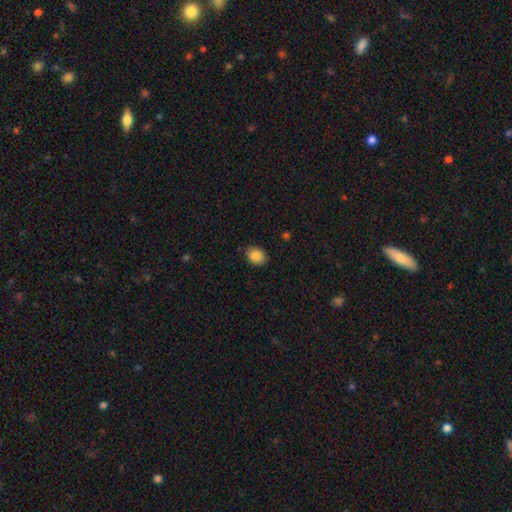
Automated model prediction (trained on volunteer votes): This appears to be a smooth galaxy with no disk features (86%) that is in between round and cigar-shaped (60%). Merging: none (82%).